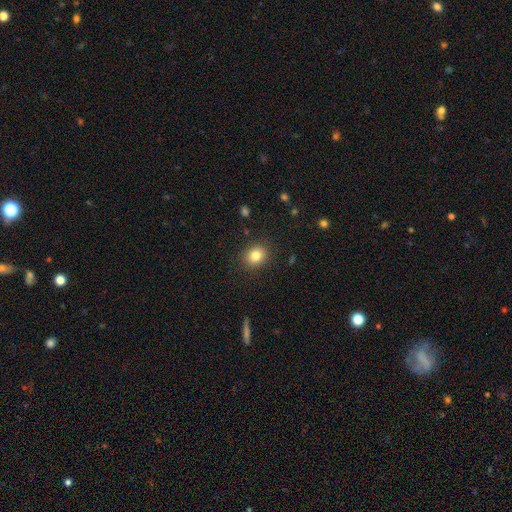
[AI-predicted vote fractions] Morphology: type=smooth (83%); roundness=round (62%); merging=none (89%).